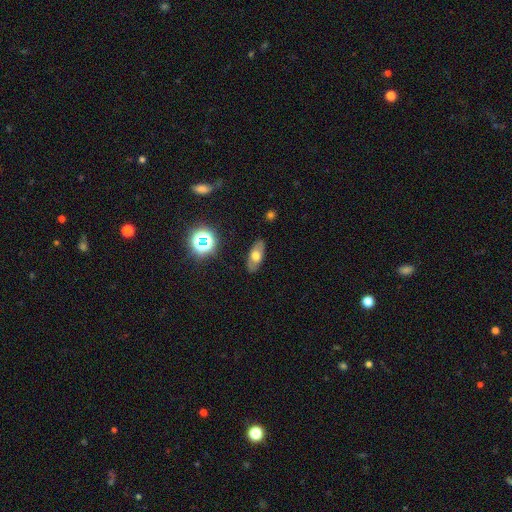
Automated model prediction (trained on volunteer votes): Morphology: type=smooth (53%); roundness=in between (83%); merging=none (83%).